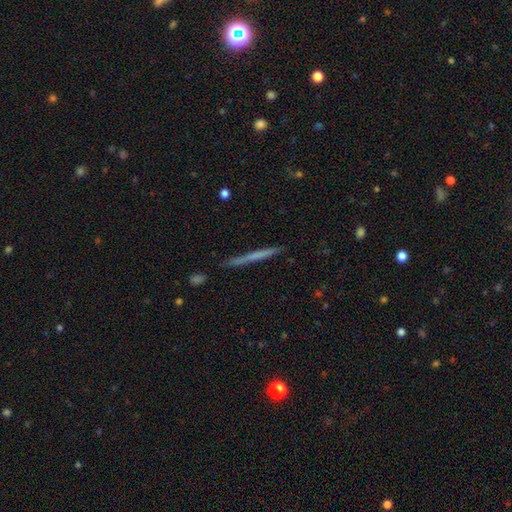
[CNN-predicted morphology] Smooth or featured: smooth — 48% (featured or disk — 45%)
Merging: none — 88% (minor disturbance — 9%)